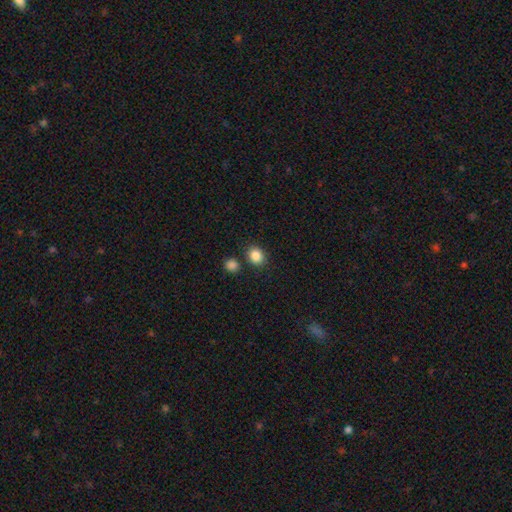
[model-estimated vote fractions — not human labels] smooth_or_featured: smooth (p=0.86) [alt: star or artifact p=0.10]
how_rounded: round (p=0.63) [alt: in between p=0.36]
merging: none (p=0.79) [alt: minor disturbance p=0.09]